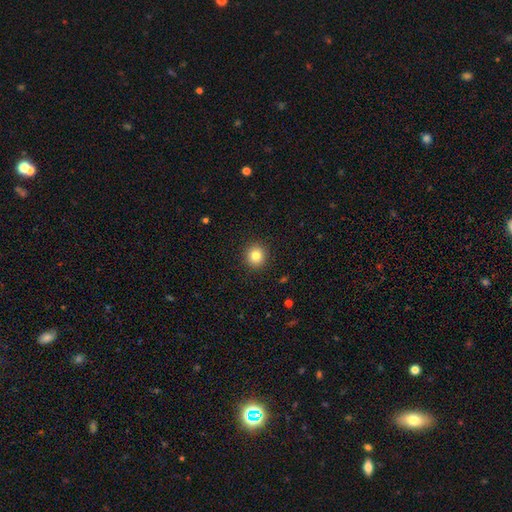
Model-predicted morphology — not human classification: smooth 82%, star or artifact 11%, featured or disk 7%. Down the decision tree: how rounded — round (92%); merging — none (92%).